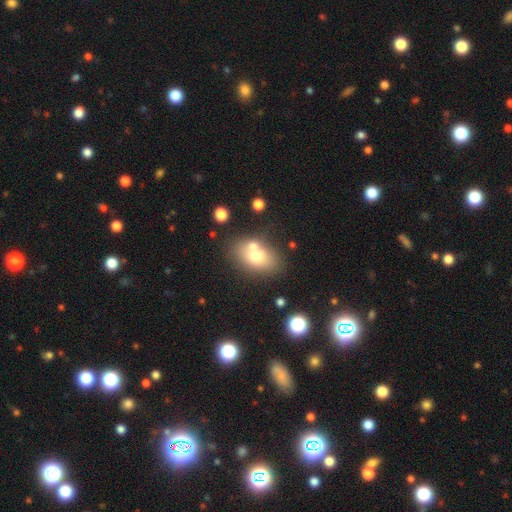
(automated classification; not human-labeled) Q: Smooth or featured?
A: smooth (67%); runner-up: featured or disk (22%)
Q: How rounded?
A: in between (76%); runner-up: round (23%)
Q: Merging?
A: none (53%); runner-up: merger (28%)